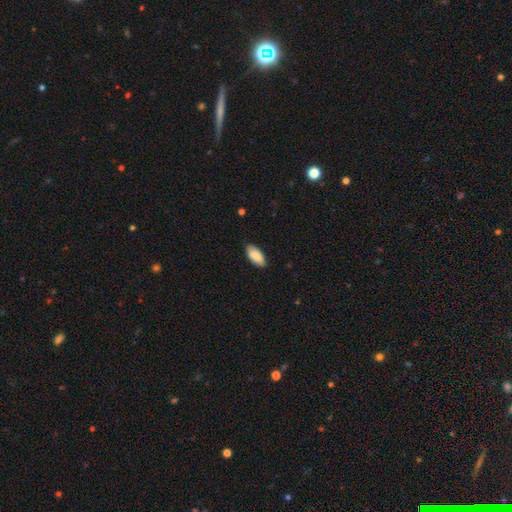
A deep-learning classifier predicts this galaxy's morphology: Overall: smooth (87%). How rounded: in between (92%). Merging: none (84%).